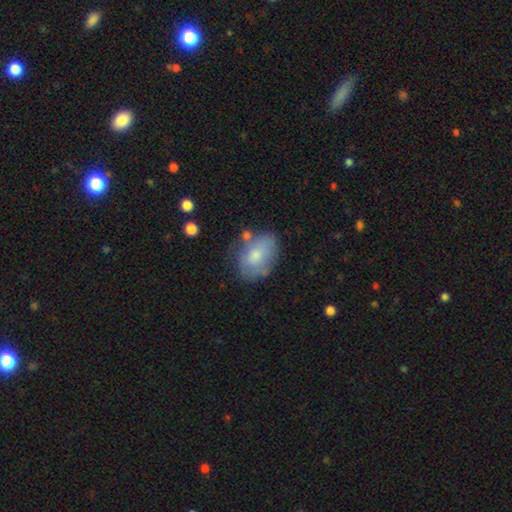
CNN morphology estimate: smooth_or_featured: smooth (p=0.70) [alt: featured or disk p=0.24]
how_rounded: in between (p=0.81) [alt: round p=0.17]
merging: none (p=0.58) [alt: minor disturbance p=0.26]